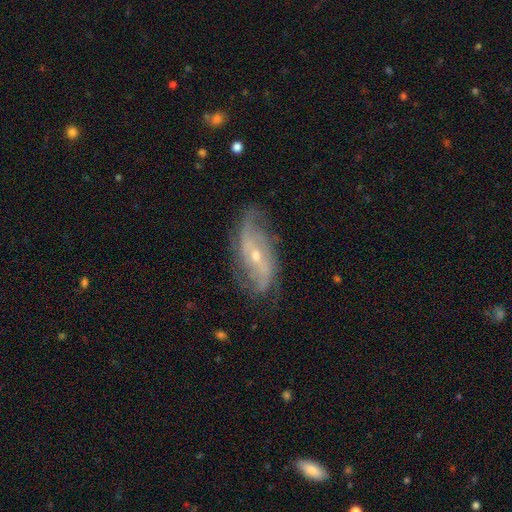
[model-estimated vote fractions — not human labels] A featured or disk galaxy (85%) with a weak bar (42%), 2 (58%) medium (39%, tied with loose) spiral arms (94%) and a small central bulge (60%). Merging: none (70%).